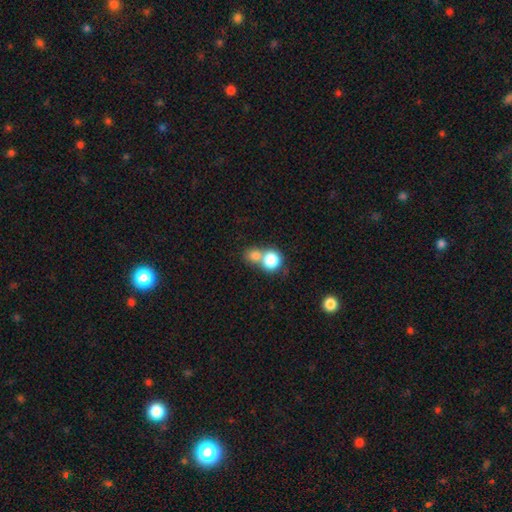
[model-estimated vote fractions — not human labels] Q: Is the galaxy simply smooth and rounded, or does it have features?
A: smooth — 79%.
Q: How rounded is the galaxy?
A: round — 79%.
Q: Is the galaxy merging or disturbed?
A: merger — 57%.